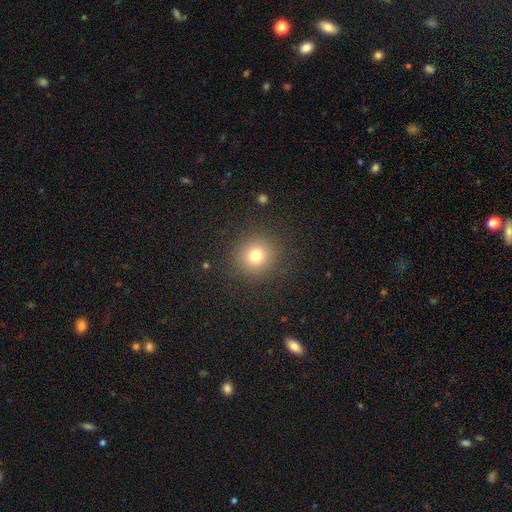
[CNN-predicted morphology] This is likely a smooth galaxy (76%). How rounded: clearly round (92%). Merging: clearly none (89%).